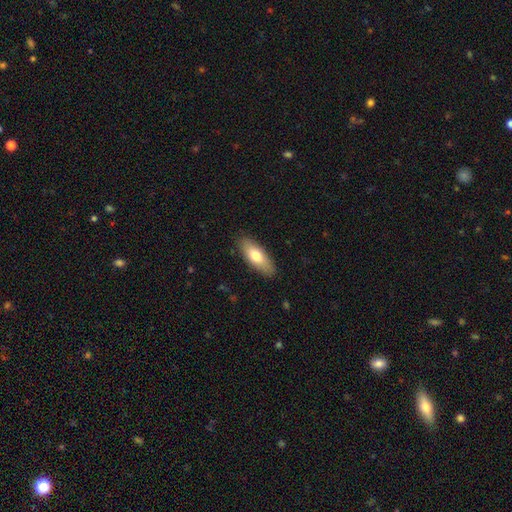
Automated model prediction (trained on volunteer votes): Smooth or featured? Predicted: smooth (p=0.72). How rounded? Predicted: in between (p=0.72). Merging? Predicted: none (p=0.87).